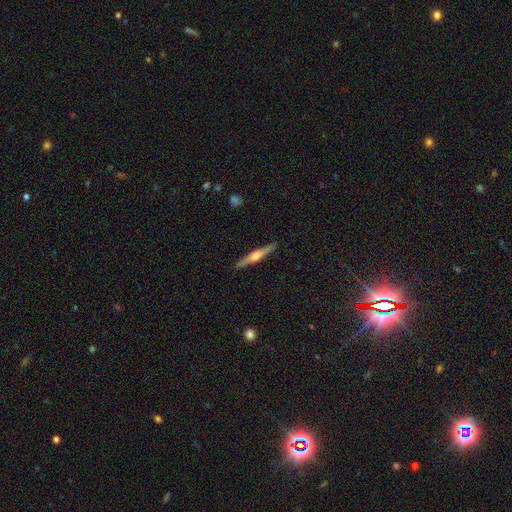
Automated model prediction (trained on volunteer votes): Morphology: type=featured or disk (70%); edge-on=yes (98%); edge-on bulge=rounded (85%); merging=none (91%).